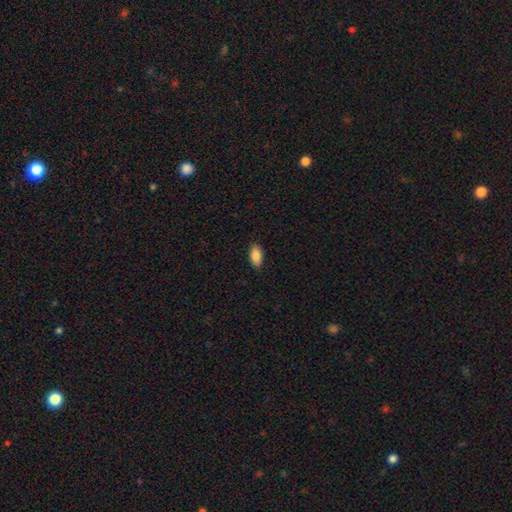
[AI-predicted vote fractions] This is clearly a smooth galaxy (86%). How rounded: clearly in between (92%). Merging: clearly none (88%).